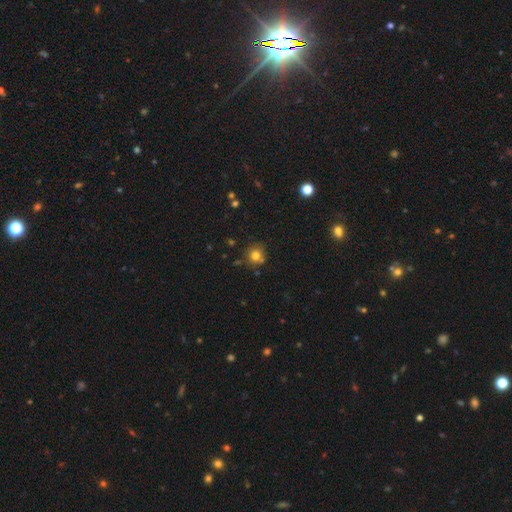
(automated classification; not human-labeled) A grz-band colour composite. It shows a smooth galaxy with no disk features (77%) that is round (90%). Merging: none (76%).